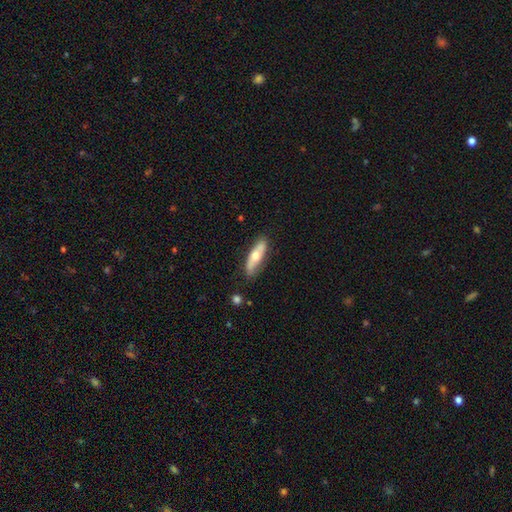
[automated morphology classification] Smooth or featured? Predicted: smooth (p=0.52). How rounded? Predicted: cigar-shaped (p=0.53). Merging? Predicted: none (p=0.80).